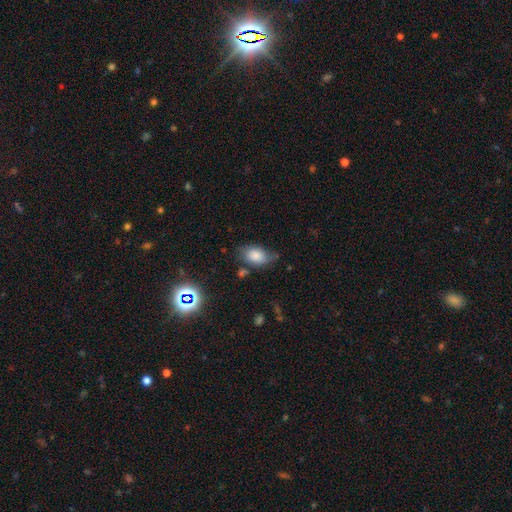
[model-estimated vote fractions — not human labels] Morphology: type=smooth (79%); roundness=in between (88%); merging=none (58%).